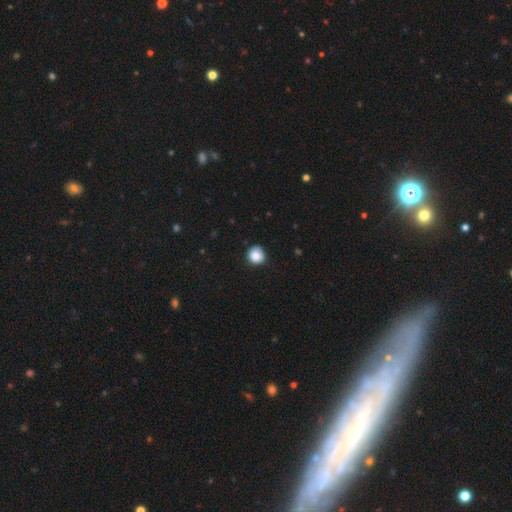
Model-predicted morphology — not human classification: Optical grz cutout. It shows a smooth galaxy with no disk features (84%) that is round (92%). Merging: none (80%).